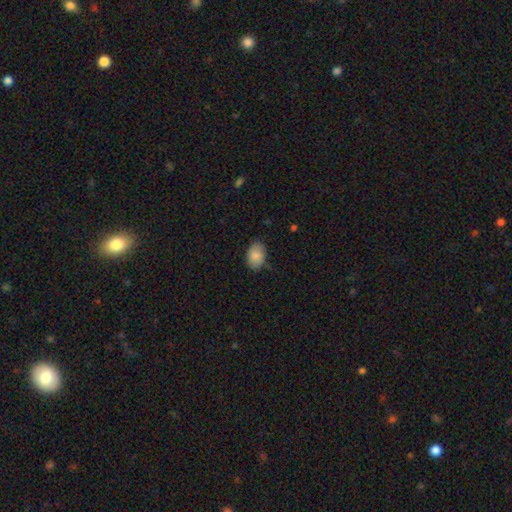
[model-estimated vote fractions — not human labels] The model was most divided on "merging": none: 78%, minor disturbance: 18%, major disturbance: 3%, merger: 1%. More confident: smooth or featured — smooth (86%); how rounded — in between (84%).